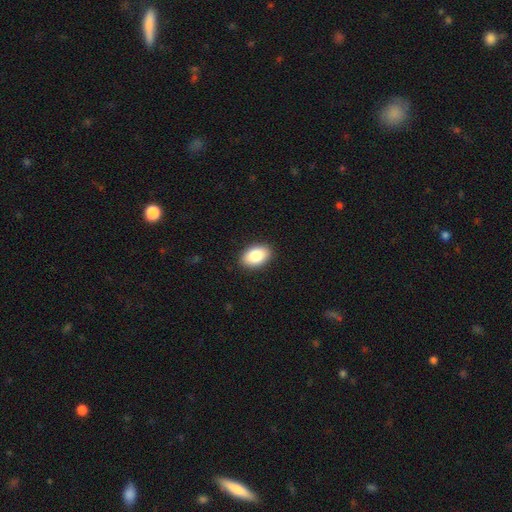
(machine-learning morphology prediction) This is clearly a smooth galaxy (87%). How rounded: clearly in between (91%). Merging: clearly none (90%).